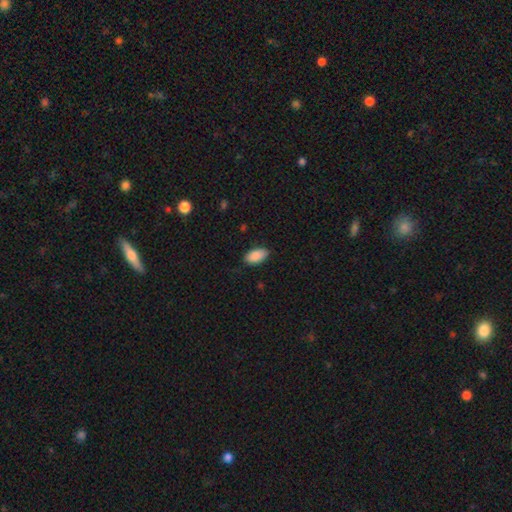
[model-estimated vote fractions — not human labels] Smooth or featured? Predicted: smooth (p=0.89). How rounded? Predicted: in between (p=0.94). Merging? Predicted: none (p=0.81).